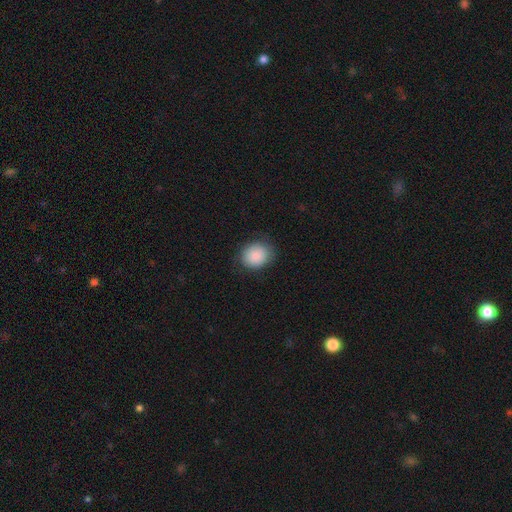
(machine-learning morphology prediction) smooth 89%, star or artifact 7%, featured or disk 4%. Down the decision tree: how rounded — round (60%); merging — none (82%).